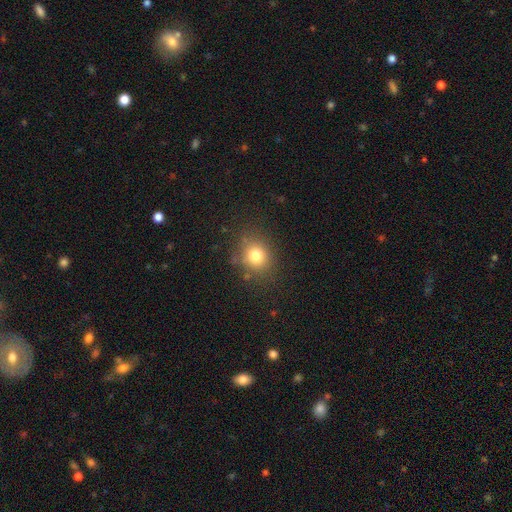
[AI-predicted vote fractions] Q: Smooth or featured?
A: smooth (78%); runner-up: star or artifact (13%)
Q: How rounded?
A: round (75%); runner-up: in between (24%)
Q: Merging?
A: none (81%); runner-up: minor disturbance (12%)